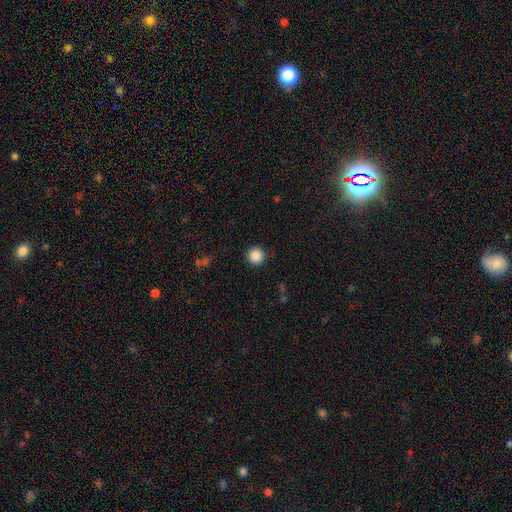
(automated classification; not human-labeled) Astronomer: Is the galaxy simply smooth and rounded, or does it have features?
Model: smooth — 87%.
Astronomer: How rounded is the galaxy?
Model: round — 95%.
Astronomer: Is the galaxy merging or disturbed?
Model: none — 90%.